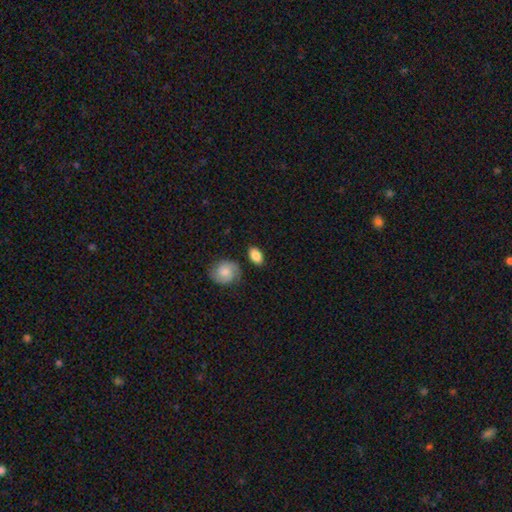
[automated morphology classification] Smooth or featured?
  - smooth: 84% *
  - featured or disk: 10%
  - star or artifact: 7%
How rounded?
  - in between: 87% *
  - round: 11%
  - cigar-shaped: 2%
Merging?
  - none: 78% *
  - minor disturbance: 14%
  - merger: 5%
  - major disturbance: 3%